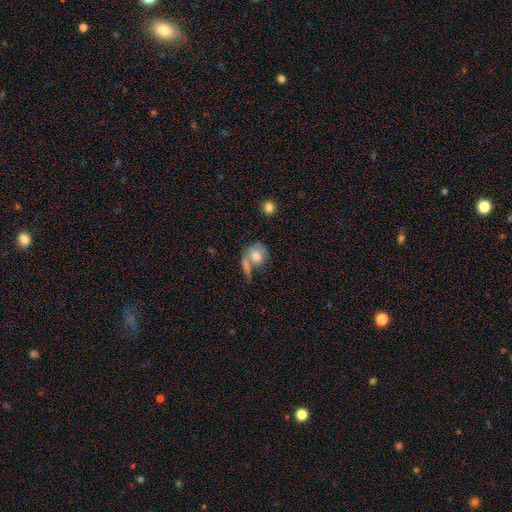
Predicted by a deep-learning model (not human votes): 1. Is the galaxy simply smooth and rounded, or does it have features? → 67% smooth, 25% featured or disk, 8% star or artifact.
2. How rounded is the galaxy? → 61% round, 36% in between, 3% cigar-shaped.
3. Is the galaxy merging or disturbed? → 36% merger, 35% none, 15% minor disturbance, 13% major disturbance.